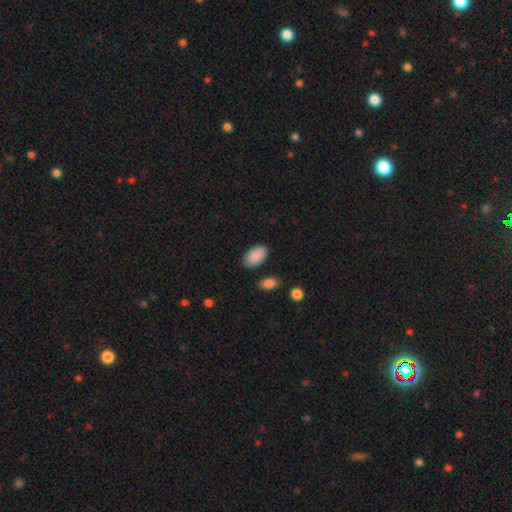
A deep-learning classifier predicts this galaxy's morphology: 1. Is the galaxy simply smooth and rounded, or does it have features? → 90% smooth, 6% star or artifact, 3% featured or disk.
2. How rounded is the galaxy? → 93% in between, 6% round, 1% cigar-shaped.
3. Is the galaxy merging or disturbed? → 85% none, 10% minor disturbance, 3% major disturbance, 2% merger.